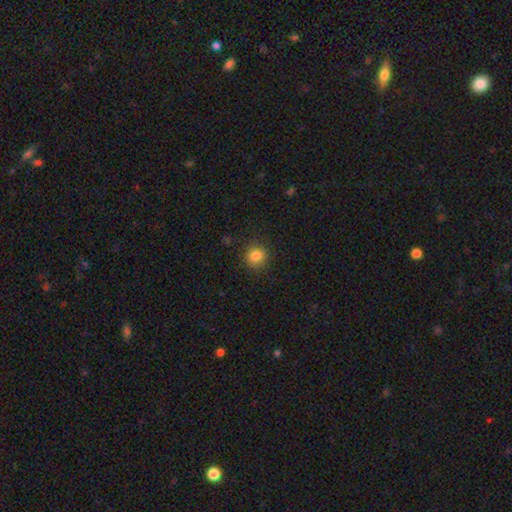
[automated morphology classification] This appears to be a smooth galaxy with no disk features (84%) that is round (87%). Merging: none (88%).